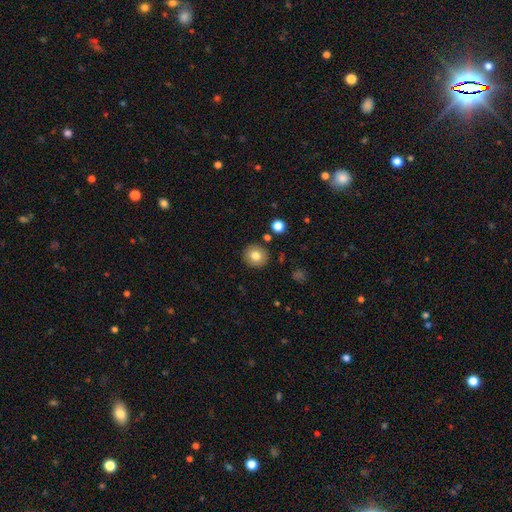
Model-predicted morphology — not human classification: A smooth galaxy with no disk features (79%) that is round (90%).

Vote fractions:
- Smooth or featured? smooth: 79% / featured or disk: 11% / star or artifact: 10%
- How rounded? round: 90% / in between: 9% / cigar-shaped: 1%
- Merging? none: 89% / minor disturbance: 7% / merger: 3% / major disturbance: 2%